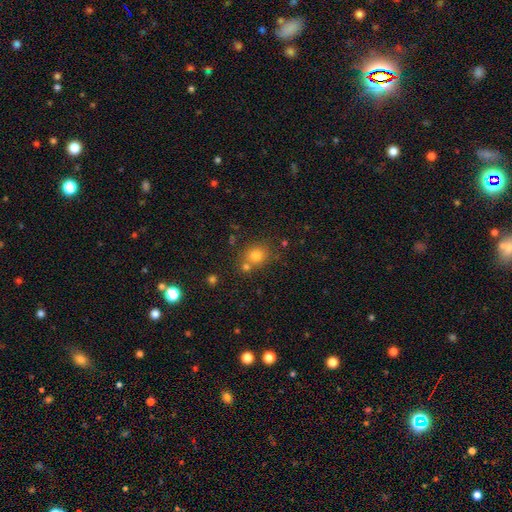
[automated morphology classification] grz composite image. It shows a smooth galaxy with no disk features (76%) that is round (71%). Merging: none (63%).